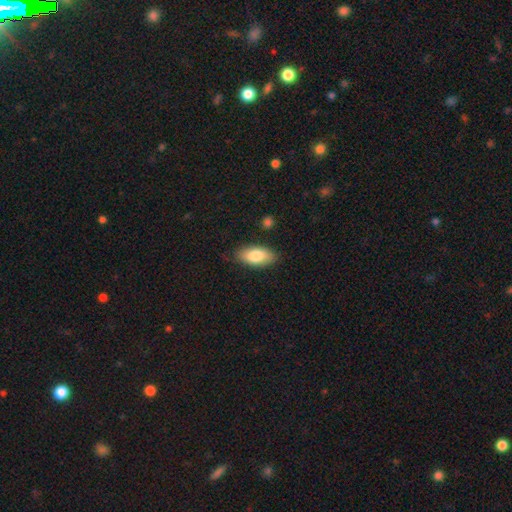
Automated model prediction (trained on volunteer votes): smooth-or-featured: smooth: 82% | featured or disk: 12% | star or artifact: 6%
  how-rounded: in between: 90% | cigar-shaped: 7% | round: 3%
  merging: none: 83% | minor disturbance: 13% | major disturbance: 3% | merger: 2%